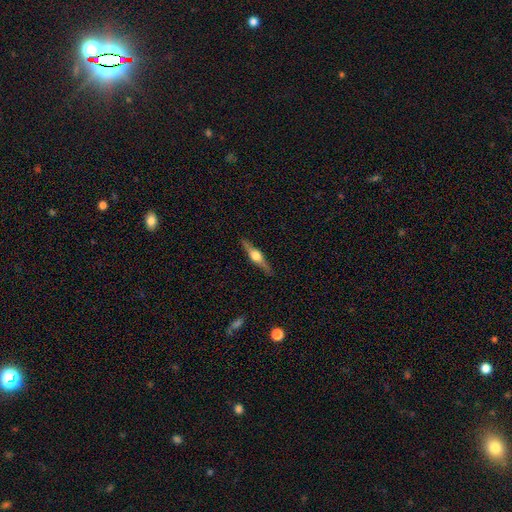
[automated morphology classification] featured or disk 71%, smooth 23%, star or artifact 5%. Down the decision tree: edge-on disk — yes (97%); edge-on bulge — rounded (94%); merging — none (89%).